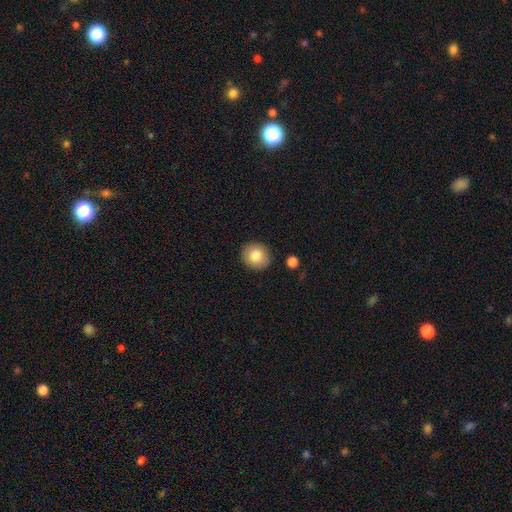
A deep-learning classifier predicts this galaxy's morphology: smooth-or-featured: smooth: 80% | featured or disk: 11% | star or artifact: 9%
  how-rounded: round: 82% | in between: 17% | cigar-shaped: 1%
  merging: none: 88% | minor disturbance: 8% | merger: 2% | major disturbance: 2%